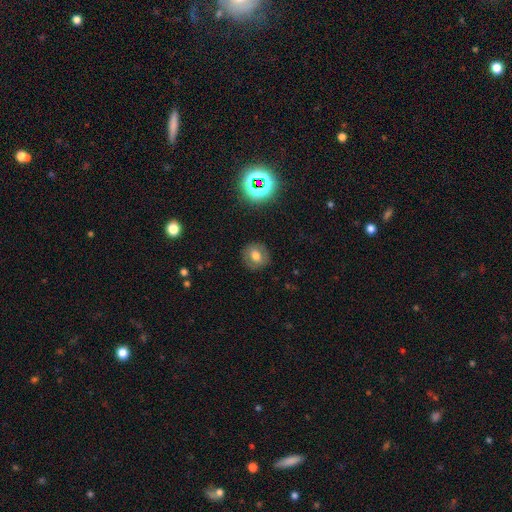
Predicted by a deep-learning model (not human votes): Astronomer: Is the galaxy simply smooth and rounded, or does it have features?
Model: smooth — 63%.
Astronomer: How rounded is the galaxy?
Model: round — 81%.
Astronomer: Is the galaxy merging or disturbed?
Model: none — 86%.